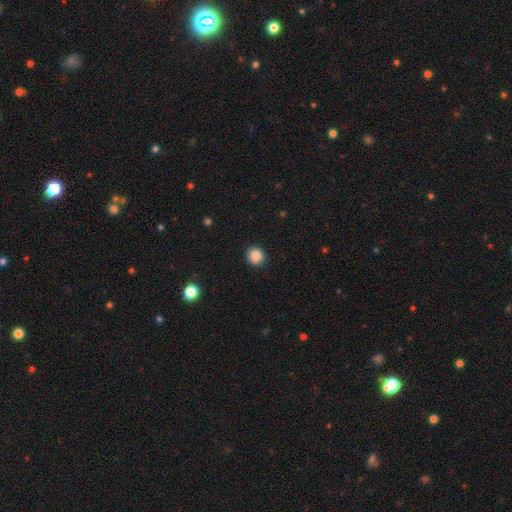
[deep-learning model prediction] The model was most divided on "merging": none: 84%, minor disturbance: 11%, major disturbance: 2%, merger: 2%. More confident: how rounded — round (88%); smooth or featured — smooth (86%).